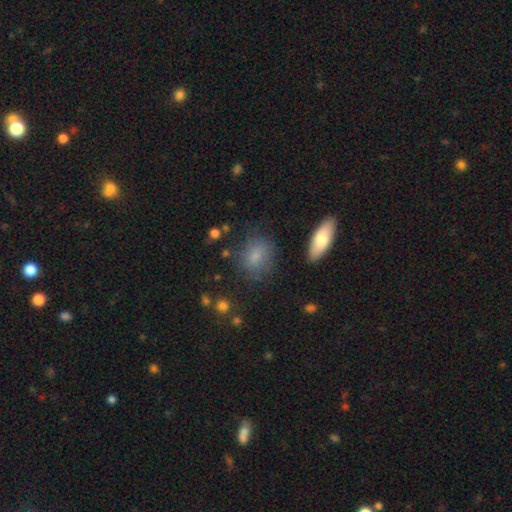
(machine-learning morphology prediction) This appears to be a smooth galaxy with no disk features (78%) that is in between round and cigar-shaped (51%). Merging: none (74%).